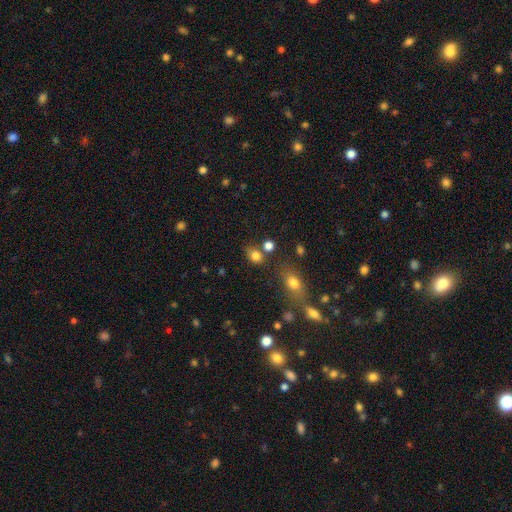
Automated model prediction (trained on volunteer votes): This appears to be a smooth galaxy with no disk features (80%) that is round (51%). Merging: none (62%).